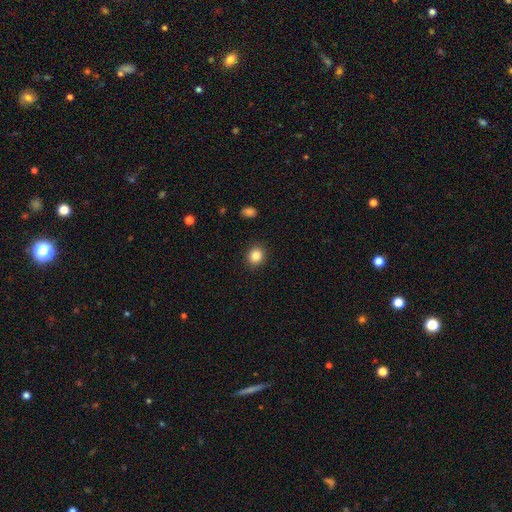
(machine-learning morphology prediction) smooth_or_featured: smooth (p=0.85) [alt: star or artifact p=0.10]
how_rounded: round (p=0.80) [alt: in between p=0.19]
merging: none (p=0.90) [alt: minor disturbance p=0.06]